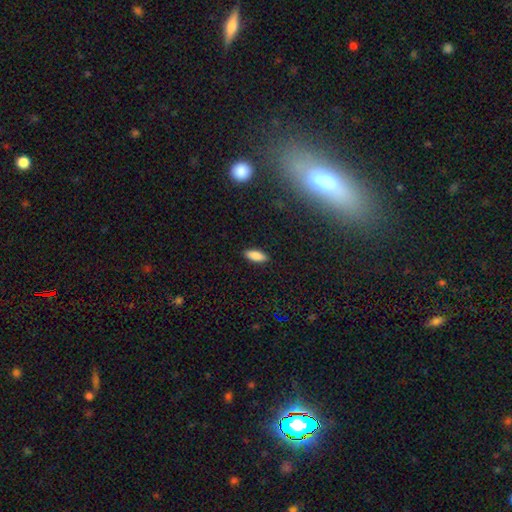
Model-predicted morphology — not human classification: smooth_or_featured: smooth (p=0.87) [alt: star or artifact p=0.07]
how_rounded: in between (p=0.75) [alt: cigar-shaped p=0.23]
merging: none (p=0.90) [alt: minor disturbance p=0.08]